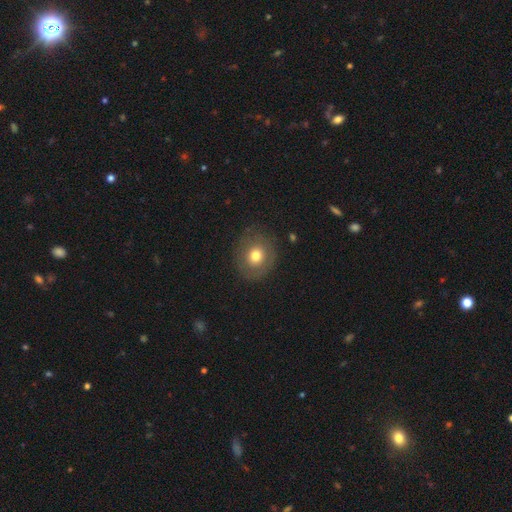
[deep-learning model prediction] Smooth or featured? smooth (70%)
How rounded? round (77%)
Merging? none (83%)